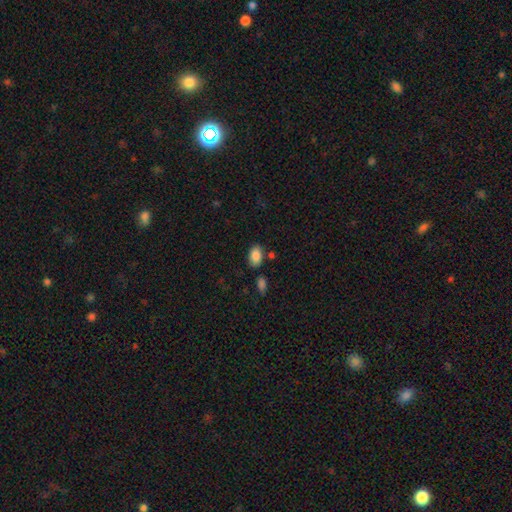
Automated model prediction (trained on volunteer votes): This appears to be a smooth galaxy with no disk features (87%) that is in between round and cigar-shaped (91%). Merging: none (76%).